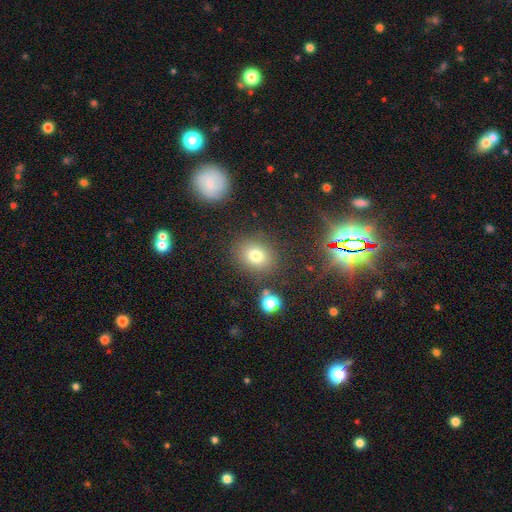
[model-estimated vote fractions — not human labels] Overall: smooth (77%). How rounded: round (58%; in between 41%). Merging: none (81%).